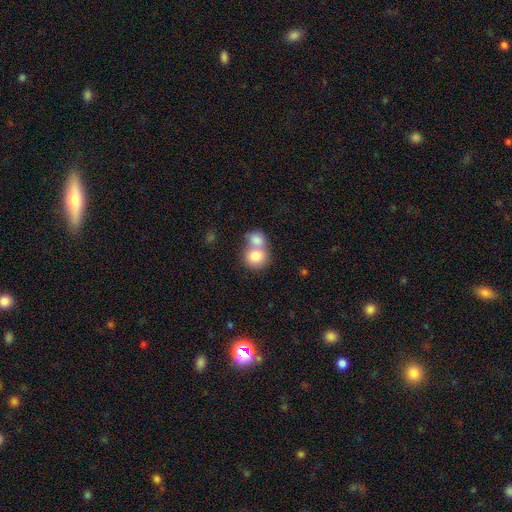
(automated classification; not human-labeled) Overall: smooth (78%). How rounded: round (74%). Merging: merger (65%; none 26%).